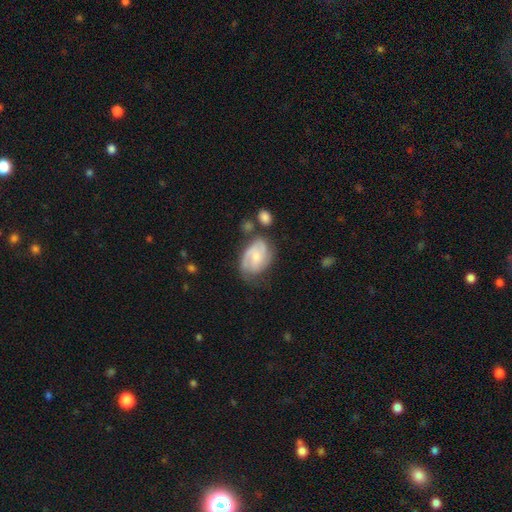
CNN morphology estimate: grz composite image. It shows a featured or disk galaxy (68%) with no bar (52%), 2 (50%) tight (43%) spiral arms (89%) and a small central bulge (46%). Merging: none (51%).